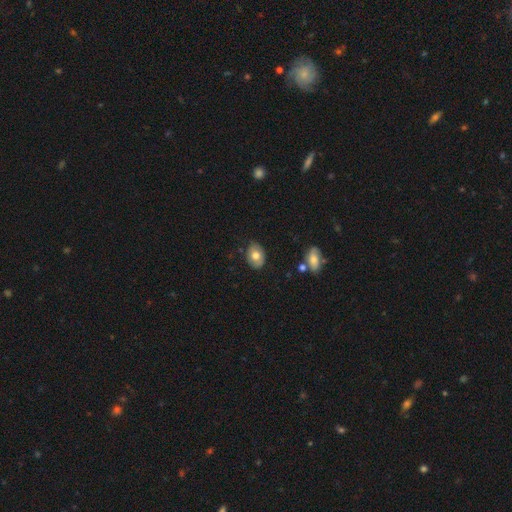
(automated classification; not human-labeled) Smooth or featured?
  - smooth: 72% *
  - featured or disk: 21%
  - star or artifact: 8%
How rounded?
  - in between: 71% *
  - round: 28%
  - cigar-shaped: 1%
Merging?
  - none: 81% *
  - minor disturbance: 14%
  - major disturbance: 3%
  - merger: 2%